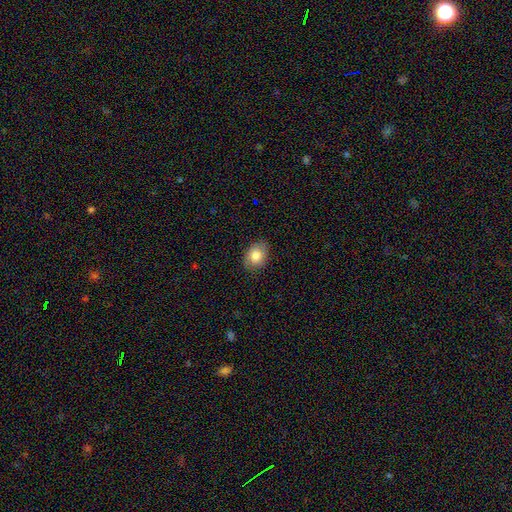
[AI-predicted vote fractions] A smooth galaxy with no disk features (80%) that is in between round and cigar-shaped (64%). Merging: none (83%).